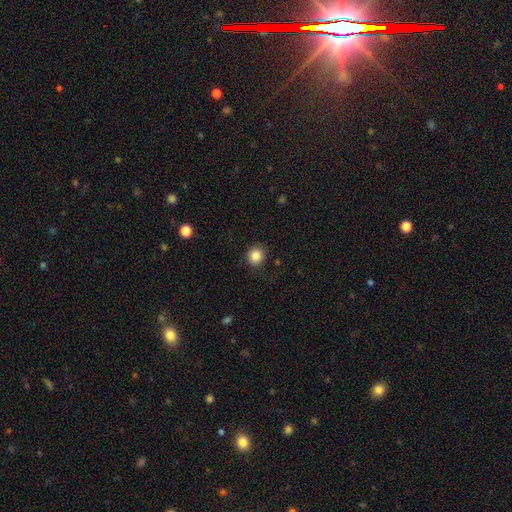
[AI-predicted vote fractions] Smooth or featured? smooth (85%)
How rounded? round (89%)
Merging? none (87%)